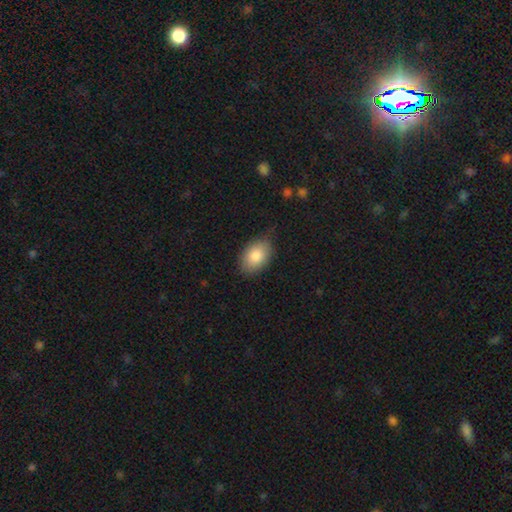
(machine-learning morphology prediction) Smooth or featured? smooth (83%)
How rounded? in between (88%)
Merging? none (75%)